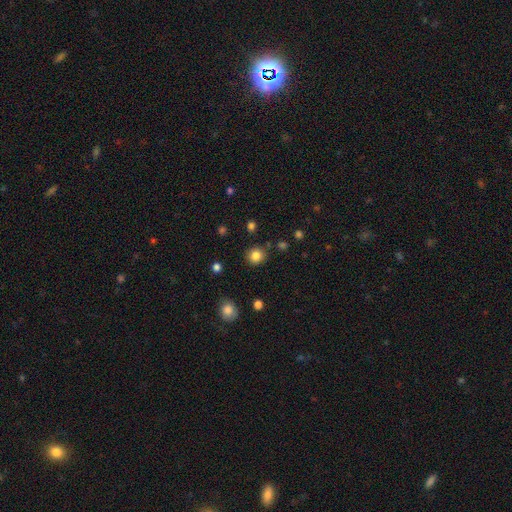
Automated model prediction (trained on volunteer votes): Q: Smooth or featured?
A: smooth (83%); runner-up: star or artifact (12%)
Q: How rounded?
A: round (90%); runner-up: in between (10%)
Q: Merging?
A: none (87%); runner-up: minor disturbance (8%)